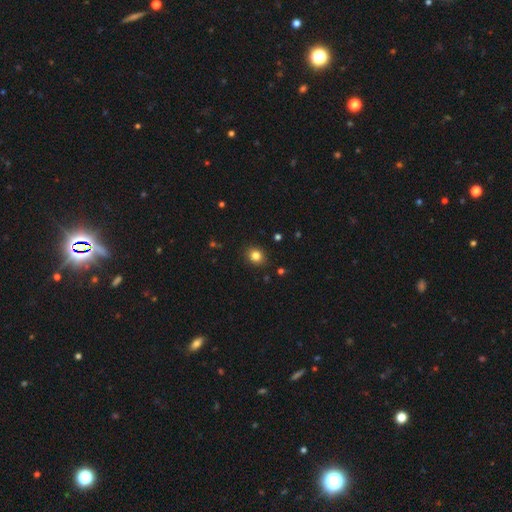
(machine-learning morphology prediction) The model was most divided on "how rounded": round: 68%, in between: 31%, cigar-shaped: 1%. More confident: merging — none (89%); smooth or featured — smooth (82%).